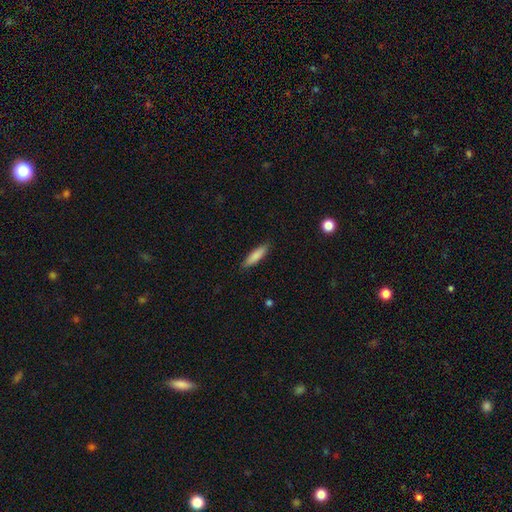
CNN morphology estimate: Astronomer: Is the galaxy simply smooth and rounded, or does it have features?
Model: smooth — 84%.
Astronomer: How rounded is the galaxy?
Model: cigar-shaped — 66%.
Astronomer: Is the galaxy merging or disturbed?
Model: none — 86%.